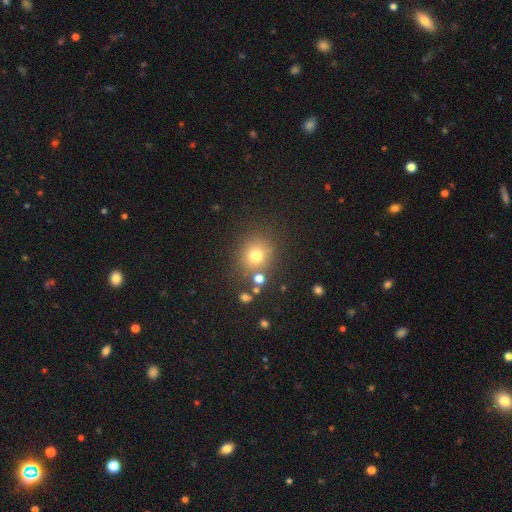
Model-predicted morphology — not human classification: smooth 74%, star or artifact 16%, featured or disk 10%. Down the decision tree: how rounded — round (84%); merging — none (76%).